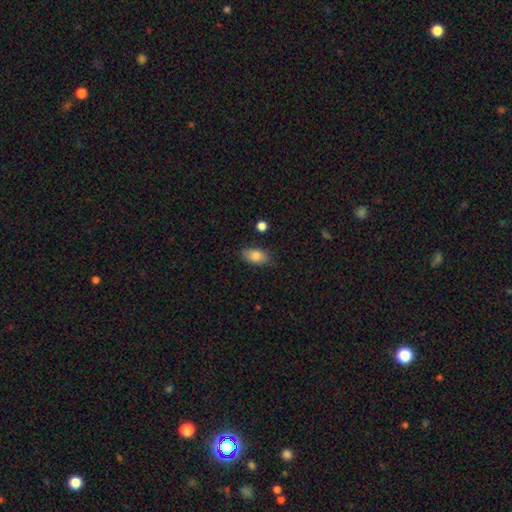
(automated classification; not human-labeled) Smooth or featured: smooth — 84% (featured or disk — 8%)
How rounded: in between — 90% (round — 6%)
Merging: none — 81% (minor disturbance — 14%)